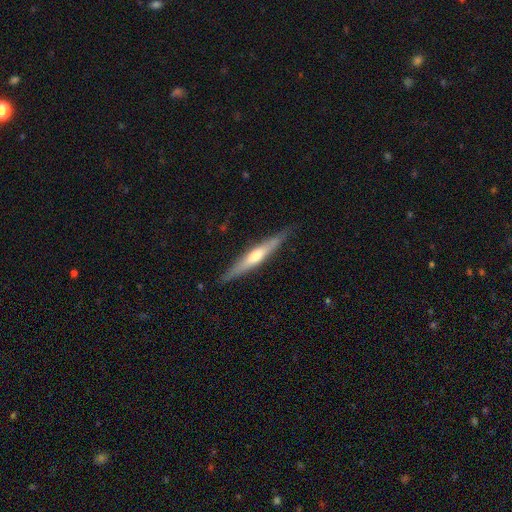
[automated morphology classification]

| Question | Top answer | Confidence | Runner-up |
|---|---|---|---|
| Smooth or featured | featured or disk | 58% | smooth (37%) |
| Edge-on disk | yes | 94% | no (6%) |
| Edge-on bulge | rounded | 70% | none (20%) |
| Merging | none | 86% | minor disturbance (10%) |